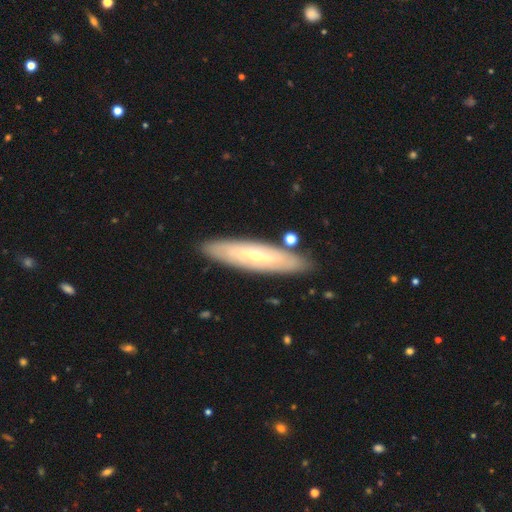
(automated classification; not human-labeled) smooth-or-featured: featured or disk: 62% | smooth: 32% | star or artifact: 6%
  disk-edge-on: no: 55% | yes: 45%
  merging: none: 86% | minor disturbance: 9% | merger: 3% | major disturbance: 2%